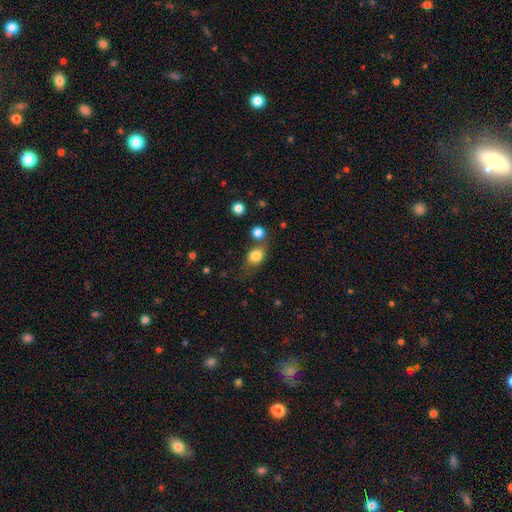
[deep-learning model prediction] smooth-or-featured: smooth: 81% | star or artifact: 10% | featured or disk: 8%
  how-rounded: round: 55% | in between: 44% | cigar-shaped: 2%
  merging: none: 55% | merger: 19% | minor disturbance: 18% | major disturbance: 8%